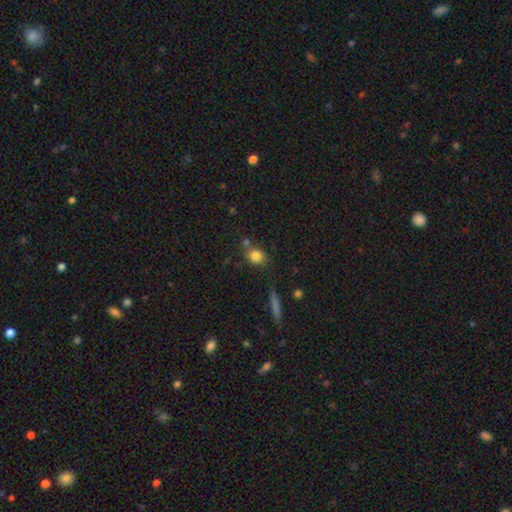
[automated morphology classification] type=smooth (81%); roundness=round (69%); merging=none (64%).